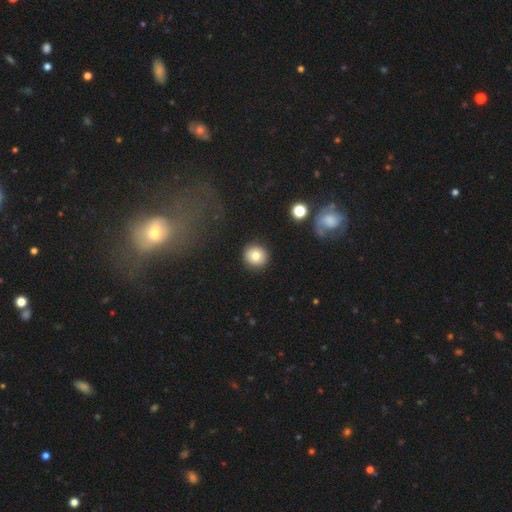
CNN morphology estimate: smooth_or_featured: smooth (p=0.77) [alt: featured or disk p=0.14]
how_rounded: round (p=0.93) [alt: in between p=0.06]
merging: none (p=0.90) [alt: minor disturbance p=0.06]